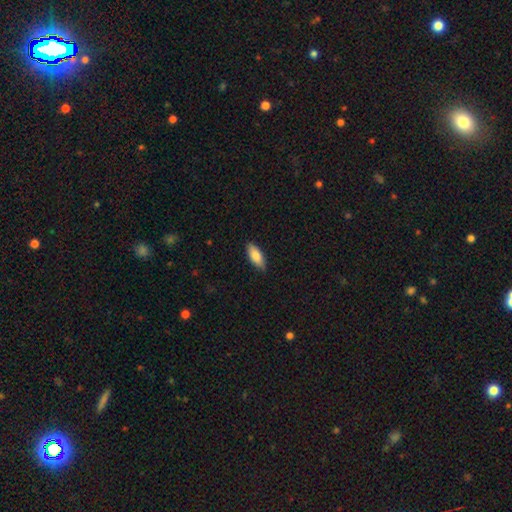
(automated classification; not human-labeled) smooth_or_featured: smooth (p=0.85) [alt: featured or disk p=0.10]
how_rounded: in between (p=0.82) [alt: cigar-shaped p=0.16]
merging: none (p=0.86) [alt: minor disturbance p=0.11]